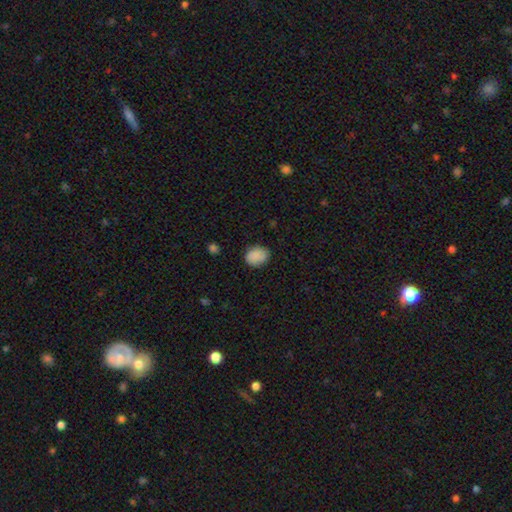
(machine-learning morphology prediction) type=smooth (86%); roundness=in between (58%); merging=none (78%).